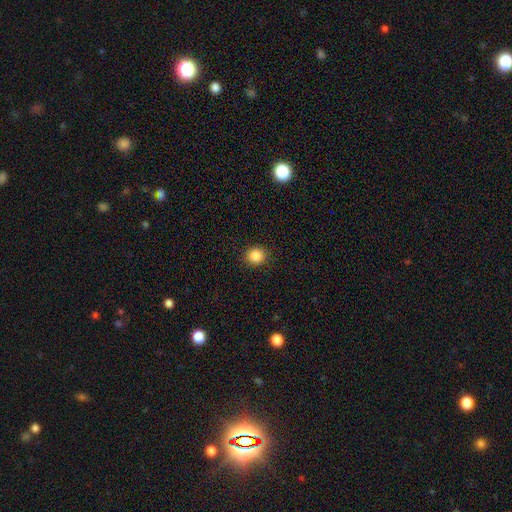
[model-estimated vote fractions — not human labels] A smooth galaxy with no disk features (87%) that is round (88%).

Vote fractions:
- Smooth or featured? smooth: 87% / star or artifact: 10% / featured or disk: 3%
- How rounded? round: 88% / in between: 11% / cigar-shaped: 1%
- Merging? none: 91% / minor disturbance: 6% / major disturbance: 2% / merger: 1%